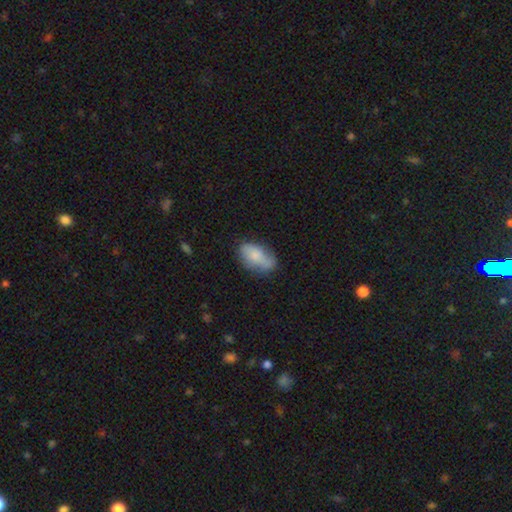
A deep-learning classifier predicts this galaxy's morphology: smooth-or-featured: smooth: 71% | featured or disk: 22% | star or artifact: 7%
  how-rounded: in between: 91% | round: 5% | cigar-shaped: 4%
  merging: none: 59% | minor disturbance: 29% | major disturbance: 8% | merger: 3%